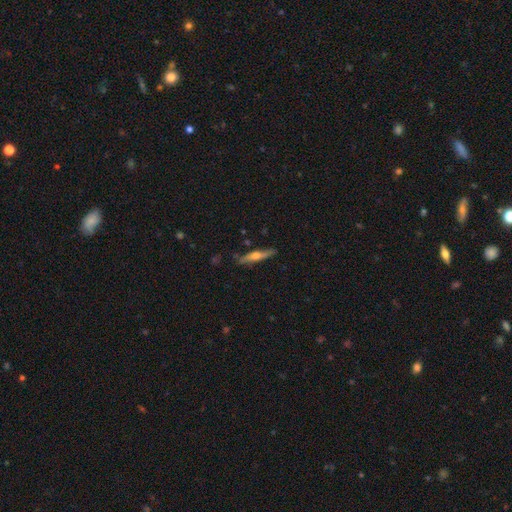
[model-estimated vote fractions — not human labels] Q: Smooth or featured?
A: featured or disk (58%); runner-up: smooth (36%)
Q: Edge-on disk?
A: yes (94%); runner-up: no (6%)
Q: Edge-on bulge?
A: rounded (85%); runner-up: none (7%)
Q: Merging?
A: none (84%); runner-up: minor disturbance (12%)